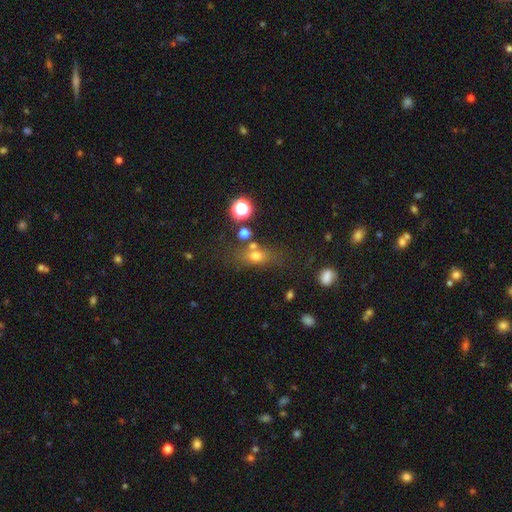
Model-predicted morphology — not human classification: This appears to be a smooth galaxy with no disk features (64%) that is in between round and cigar-shaped (59%). Merging: none (58%).